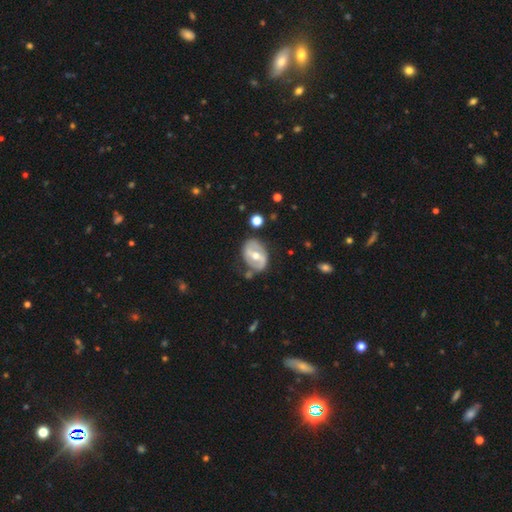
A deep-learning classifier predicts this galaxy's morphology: Smooth or featured? Predicted: featured or disk (p=0.73). Edge-on disk? Predicted: no (p=0.95). Bar? Predicted: strong (p=0.44). Spiral arms? Predicted: yes (p=0.59). Bulge size? Predicted: moderate (p=0.73). Merging? Predicted: none (p=0.68).